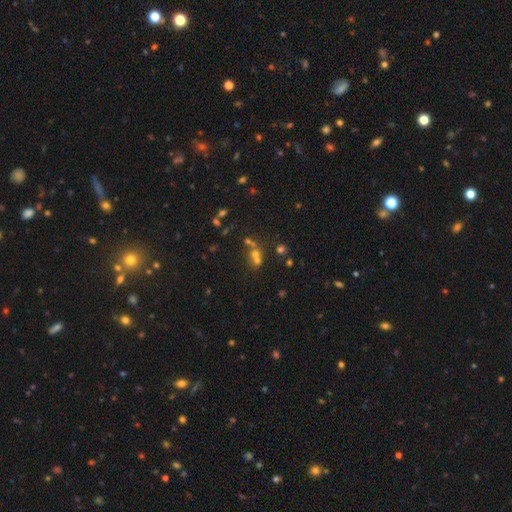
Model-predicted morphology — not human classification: Q: Smooth or featured?
A: smooth (50%); runner-up: star or artifact (29%)
Q: Merging?
A: merger (47%); runner-up: none (40%)